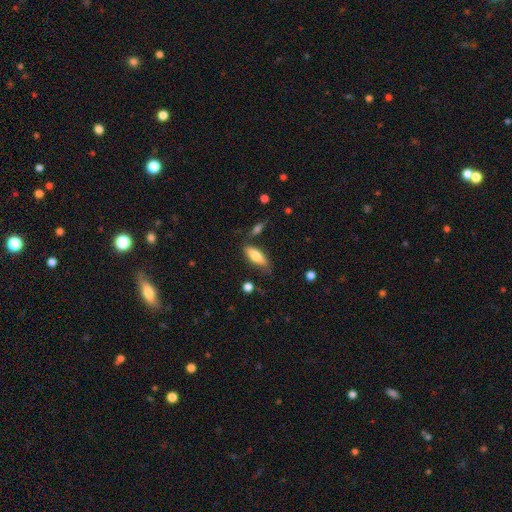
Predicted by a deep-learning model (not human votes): Q: Smooth or featured?
A: smooth (74%); runner-up: featured or disk (19%)
Q: How rounded?
A: in between (63%); runner-up: cigar-shaped (35%)
Q: Merging?
A: none (69%); runner-up: minor disturbance (21%)